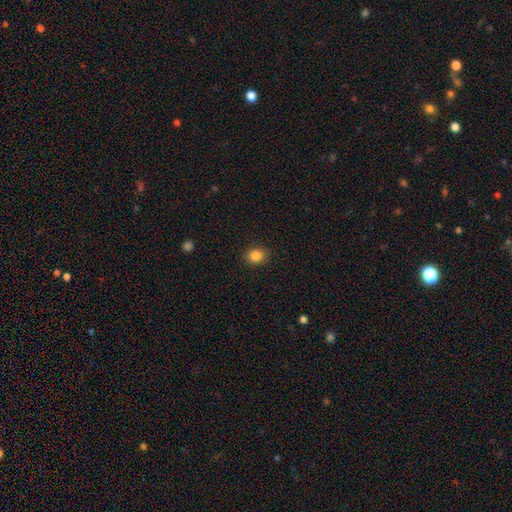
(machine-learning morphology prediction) Smooth or featured: smooth — 86% (star or artifact — 10%)
How rounded: round — 65% (in between — 34%)
Merging: none — 88% (minor disturbance — 8%)